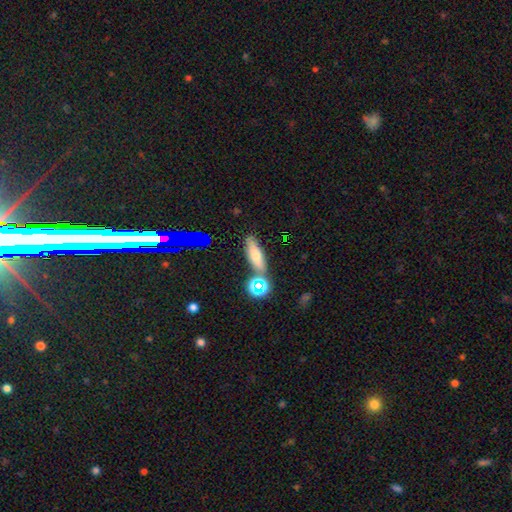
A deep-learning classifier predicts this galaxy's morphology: Smooth or featured?
  - smooth: 58% *
  - featured or disk: 23%
  - star or artifact: 18%
How rounded?
  - cigar-shaped: 53% *
  - in between: 40%
  - round: 7%
Merging?
  - none: 71% *
  - merger: 13%
  - minor disturbance: 12%
  - major disturbance: 4%